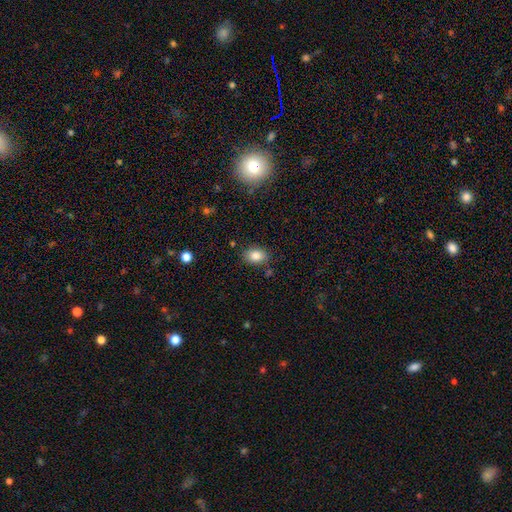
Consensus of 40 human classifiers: A smooth galaxy with no disk features (90%) that is in between round and cigar-shaped (78%). Merging: none (87%).